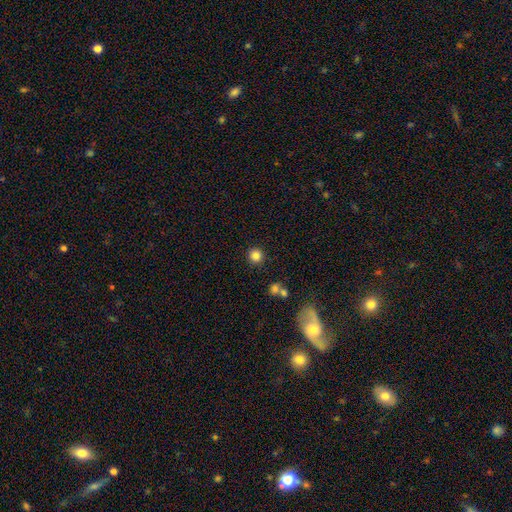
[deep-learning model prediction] The model was most divided on "smooth or featured": smooth: 84%, star or artifact: 11%, featured or disk: 5%. More confident: how rounded — round (95%); merging — none (88%).